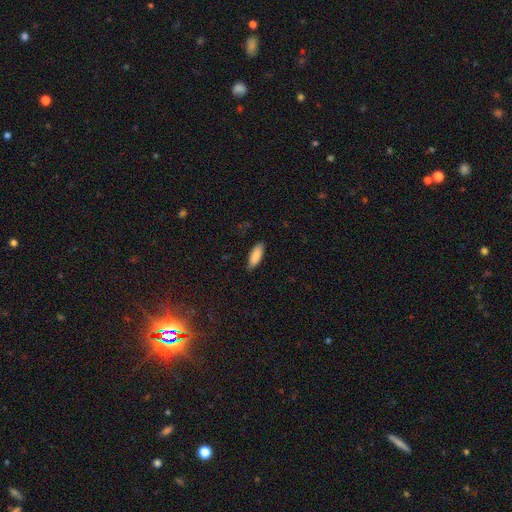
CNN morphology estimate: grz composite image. It shows a smooth galaxy with no disk features (88%) that is in between round and cigar-shaped (67%). Merging: none (85%).